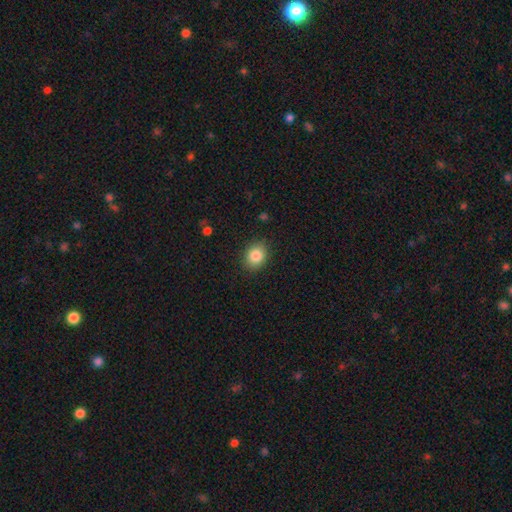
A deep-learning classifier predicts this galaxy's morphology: A smooth galaxy with no disk features (85%) that is round (54%). Merging: none (88%).